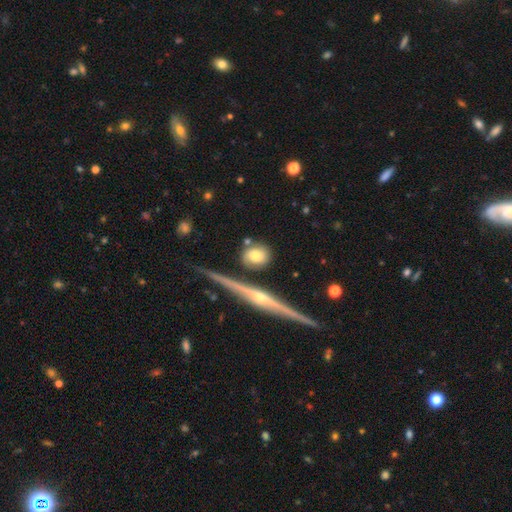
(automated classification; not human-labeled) A smooth galaxy with no disk features (61%) that is round (71%).

Vote fractions:
- Smooth or featured? smooth: 61% / featured or disk: 31% / star or artifact: 8%
- How rounded? round: 71% / in between: 22% / cigar-shaped: 7%
- Merging? none: 72% / minor disturbance: 15% / merger: 9% / major disturbance: 5%